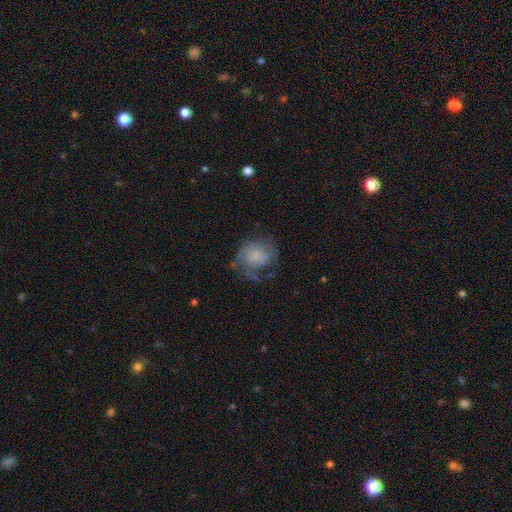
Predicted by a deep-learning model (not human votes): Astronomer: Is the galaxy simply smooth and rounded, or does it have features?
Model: featured or disk — 53% (runner-up: smooth, 39%).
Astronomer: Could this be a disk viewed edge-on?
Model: no — 98%.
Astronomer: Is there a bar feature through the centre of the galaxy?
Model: no — 75%.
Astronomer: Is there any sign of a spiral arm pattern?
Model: yes — 71%.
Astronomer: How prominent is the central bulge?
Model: small — 50%.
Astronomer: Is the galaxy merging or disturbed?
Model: none — 41% (runner-up: major disturbance, 32%).